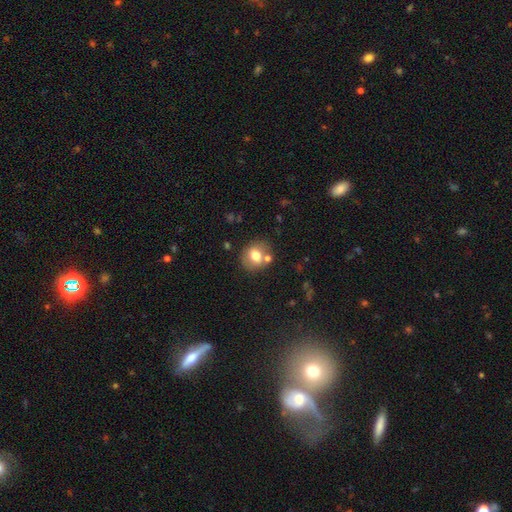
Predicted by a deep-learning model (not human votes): This is likely a smooth galaxy (70%). How rounded: likely round (68%). Merging: likely none (69%).